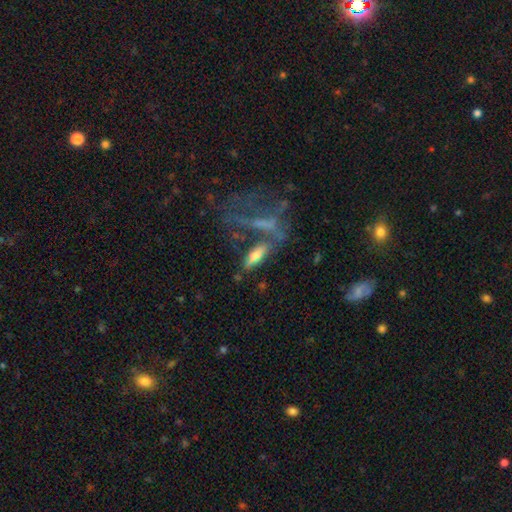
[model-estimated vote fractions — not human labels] Q: Smooth or featured?
A: smooth (60%); runner-up: featured or disk (30%)
Q: How rounded?
A: cigar-shaped (51%); runner-up: in between (45%)
Q: Merging?
A: none (52%); runner-up: merger (20%)